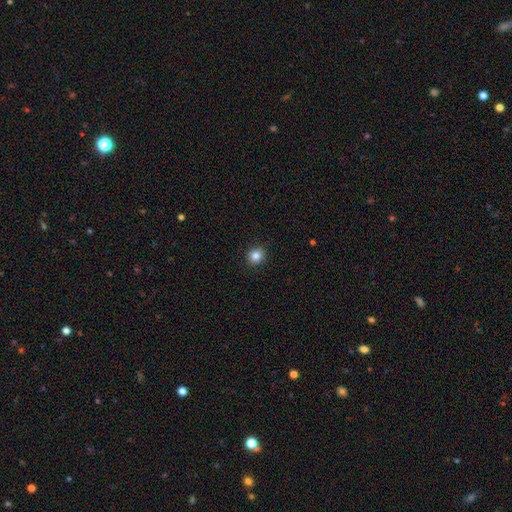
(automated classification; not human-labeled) Smooth or featured: smooth — 84% (star or artifact — 11%)
How rounded: round — 89% (in between — 10%)
Merging: none — 92% (minor disturbance — 6%)